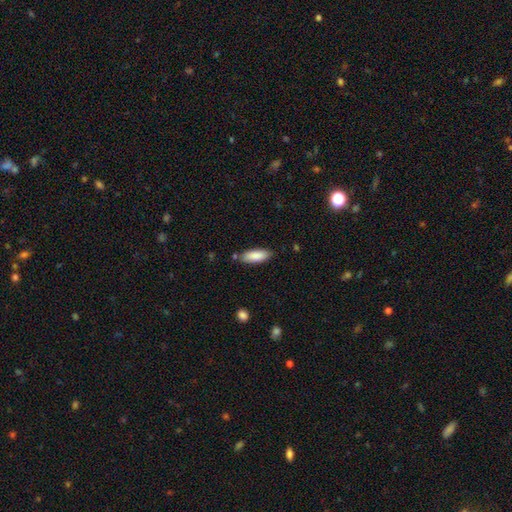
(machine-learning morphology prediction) Overall: smooth (87%). How rounded: in between (71%). Merging: none (82%).